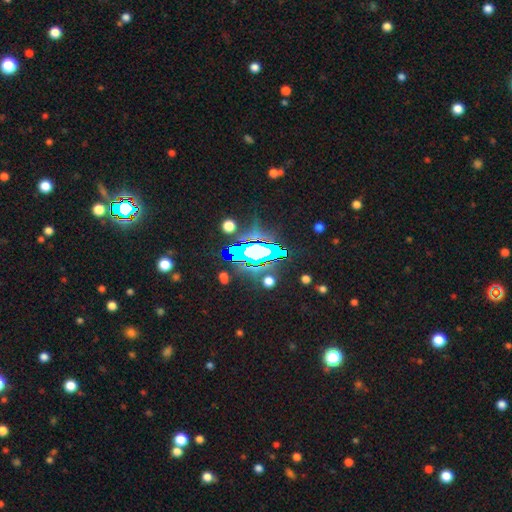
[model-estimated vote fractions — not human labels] A star or artifact, not a galaxy (65%).

Vote fractions:
- Smooth or featured? star or artifact: 65% / smooth: 19% / featured or disk: 17%